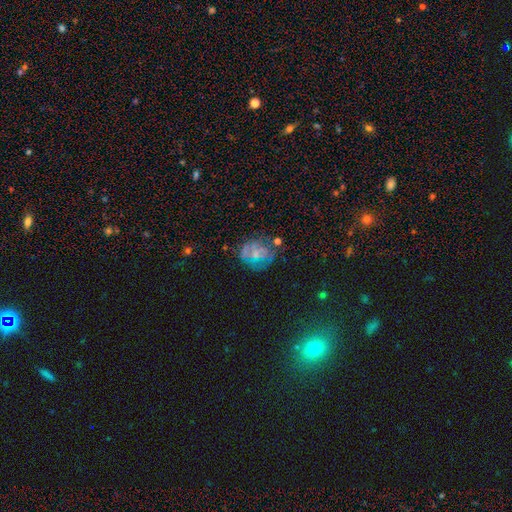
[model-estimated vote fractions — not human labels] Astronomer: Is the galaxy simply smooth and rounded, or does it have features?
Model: featured or disk — 47% (runner-up: smooth, 31%).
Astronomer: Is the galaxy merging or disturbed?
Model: none — 62%.